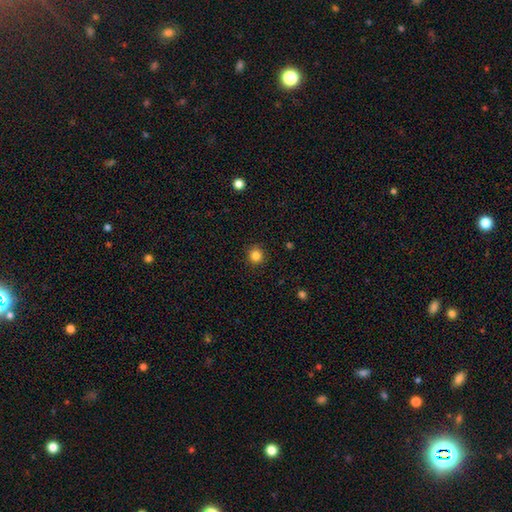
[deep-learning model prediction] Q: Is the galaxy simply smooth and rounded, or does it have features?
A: smooth — 84%.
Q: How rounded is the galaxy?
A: round — 93%.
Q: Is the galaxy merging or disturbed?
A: none — 91%.